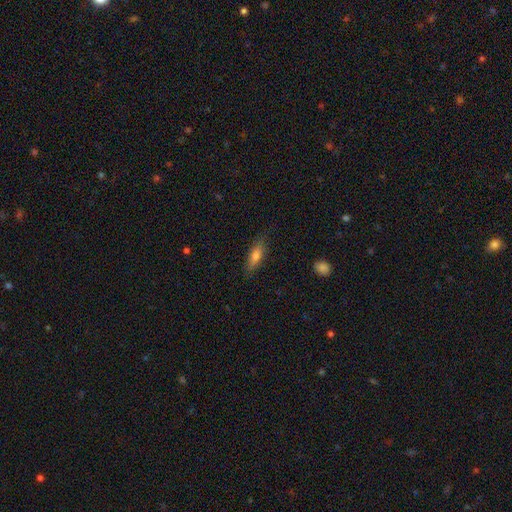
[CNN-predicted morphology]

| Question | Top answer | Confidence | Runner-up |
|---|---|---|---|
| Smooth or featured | smooth | 66% | featured or disk (27%) |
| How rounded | cigar-shaped | 54% | in between (44%) |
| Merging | none | 82% | minor disturbance (14%) |